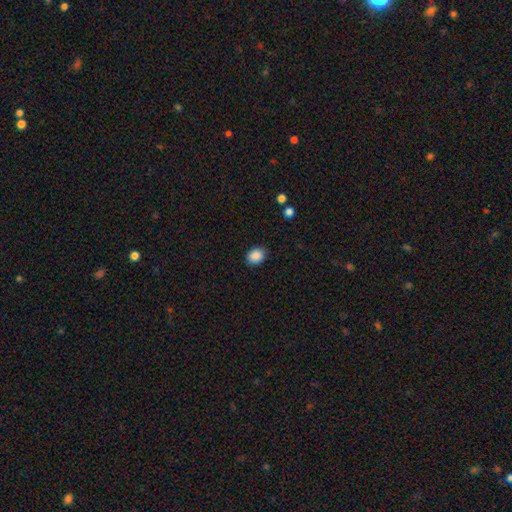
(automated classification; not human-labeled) This appears to be a smooth galaxy with no disk features (88%) that is round (50%, tied with in between). Merging: none (87%).